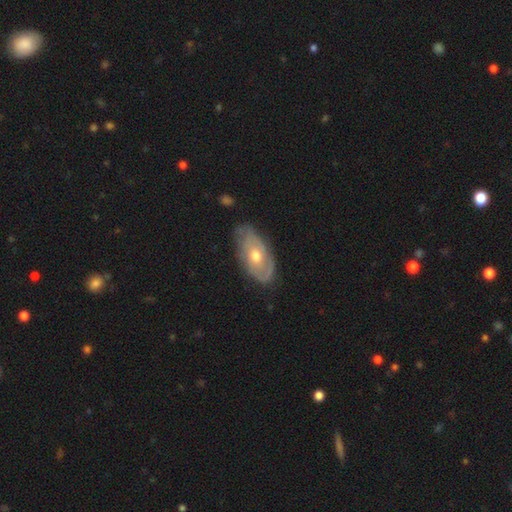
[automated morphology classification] Q: Smooth or featured?
A: featured or disk (68%); runner-up: smooth (26%)
Q: Edge-on disk?
A: no (89%); runner-up: yes (11%)
Q: Bar?
A: no (78%); runner-up: weak (19%)
Q: Spiral arms?
A: yes (70%); runner-up: no (30%)
Q: Bulge size?
A: moderate (74%); runner-up: small (20%)
Q: Merging?
A: none (71%); runner-up: minor disturbance (22%)